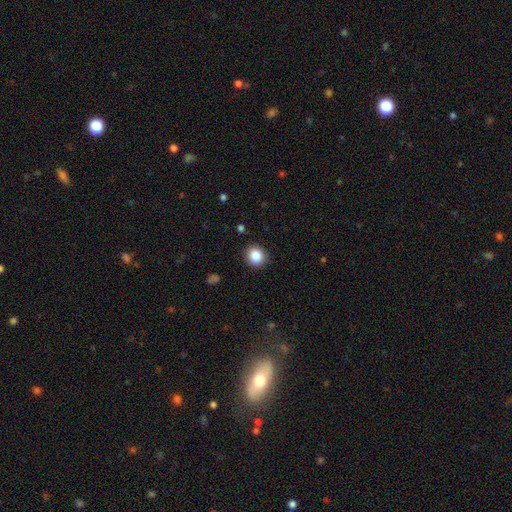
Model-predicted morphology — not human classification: A smooth galaxy with no disk features (87%) that is round (84%). Merging: none (89%).